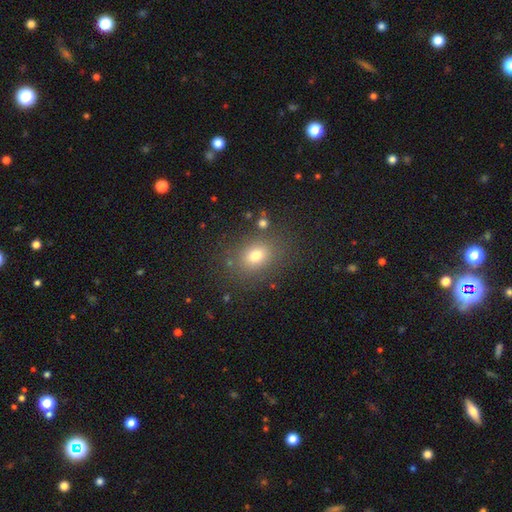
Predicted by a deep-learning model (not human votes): Q: Smooth or featured?
A: smooth (74%); runner-up: star or artifact (15%)
Q: How rounded?
A: in between (56%); runner-up: round (43%)
Q: Merging?
A: none (79%); runner-up: minor disturbance (12%)